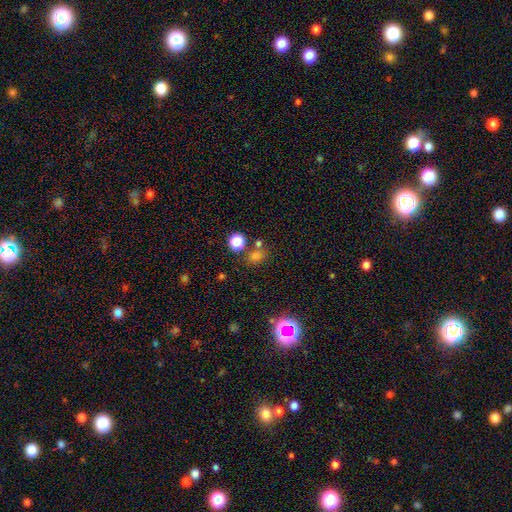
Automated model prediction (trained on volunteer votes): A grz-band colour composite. It shows a smooth galaxy with no disk features (58%) that is round (66%). Merging: none (68%).